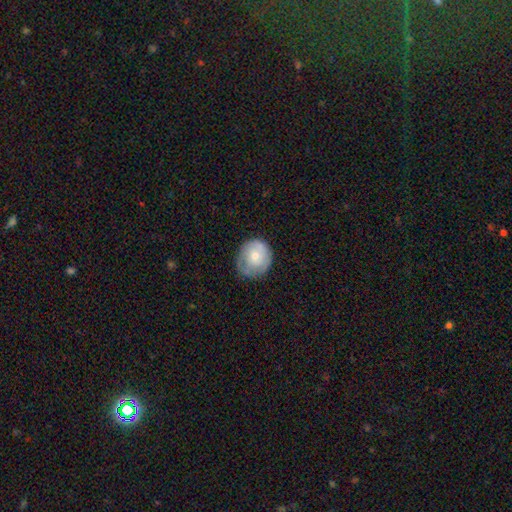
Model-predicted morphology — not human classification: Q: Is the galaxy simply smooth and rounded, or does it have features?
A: smooth — 58%.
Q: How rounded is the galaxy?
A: round — 78%.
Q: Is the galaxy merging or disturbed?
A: none — 64%.